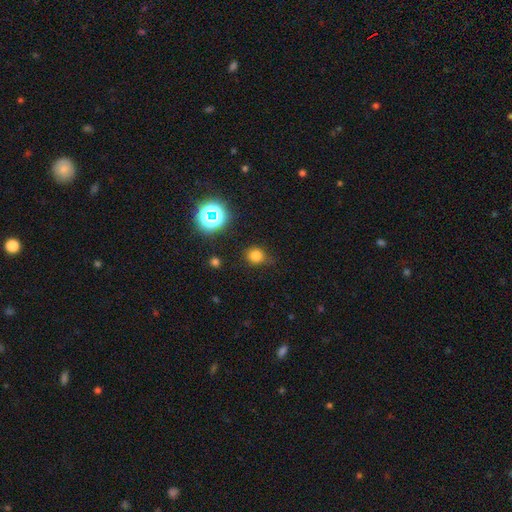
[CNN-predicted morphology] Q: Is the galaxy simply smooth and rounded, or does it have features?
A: smooth — 75%.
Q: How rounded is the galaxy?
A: round — 84%.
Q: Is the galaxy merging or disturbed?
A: none — 71%.